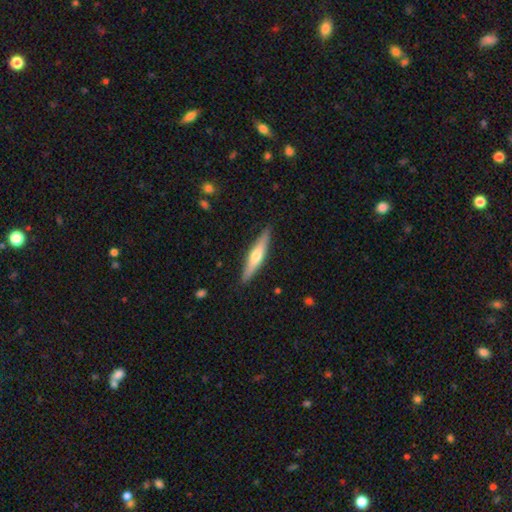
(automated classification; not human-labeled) Overall: featured or disk (52%; smooth 42%). Edge-on disk: yes (94%). Merging: none (89%).